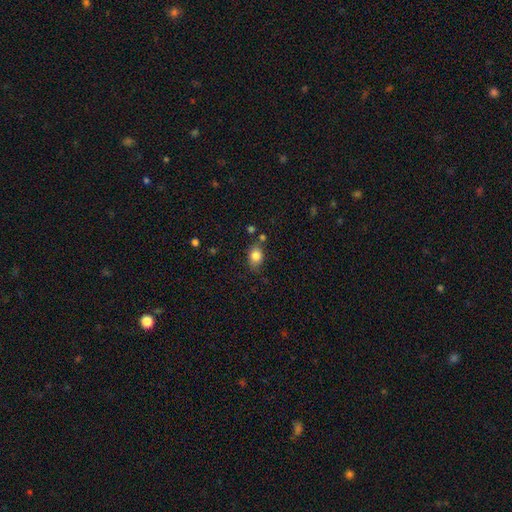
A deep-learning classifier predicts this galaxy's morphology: Overall: smooth (82%). How rounded: in between (69%). Merging: none (71%).